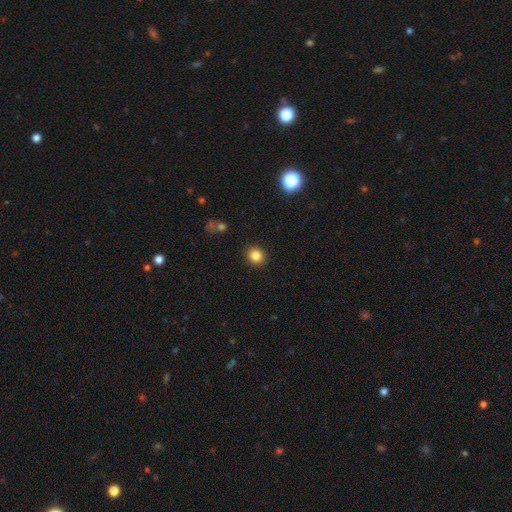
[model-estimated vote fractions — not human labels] smooth 84%, star or artifact 11%, featured or disk 5%. Down the decision tree: how rounded — round (83%); merging — none (90%).